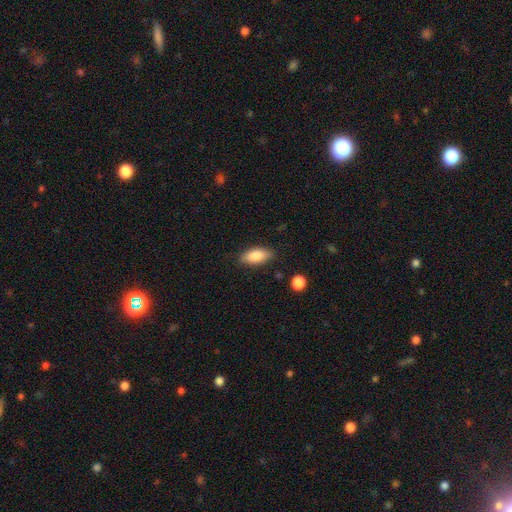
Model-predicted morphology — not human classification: smooth 84%, featured or disk 9%, star or artifact 7%. Down the decision tree: how rounded — in between (85%); merging — none (83%).